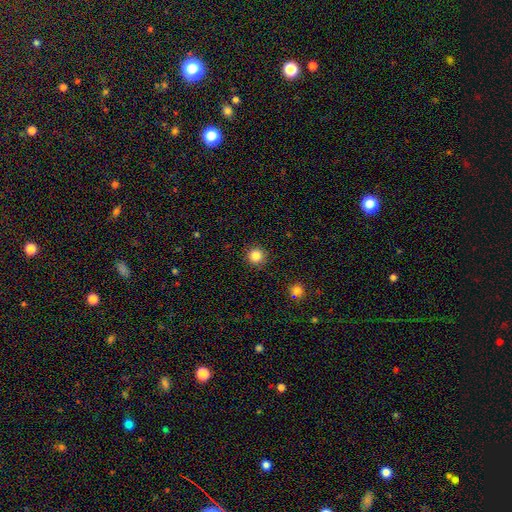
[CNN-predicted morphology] smooth-or-featured: smooth: 84% | star or artifact: 11% | featured or disk: 5%
  how-rounded: round: 95% | in between: 4% | cigar-shaped: 1%
  merging: none: 92% | minor disturbance: 5% | major disturbance: 2% | merger: 1%